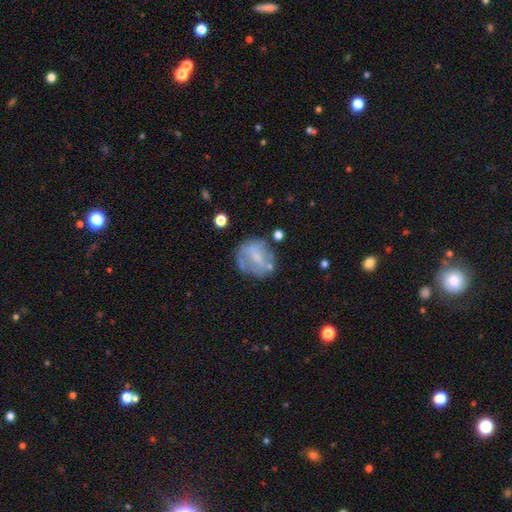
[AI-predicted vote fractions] Overall: smooth (45%, tied with featured or disk). Merging: none (57%; minor disturbance 22%).